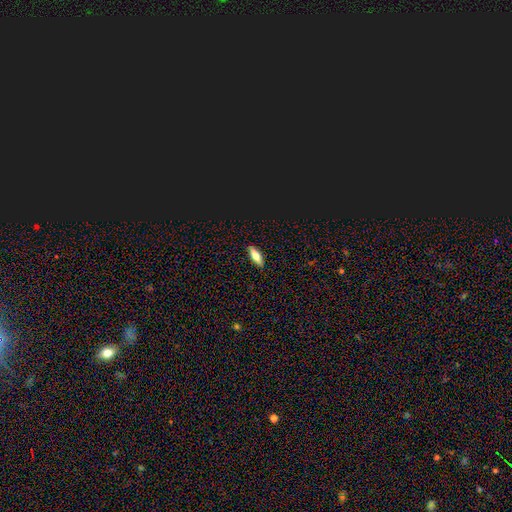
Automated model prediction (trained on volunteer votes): This is possibly a smooth galaxy (59%). How rounded: possibly in between (52%). Merging: clearly none (90%).